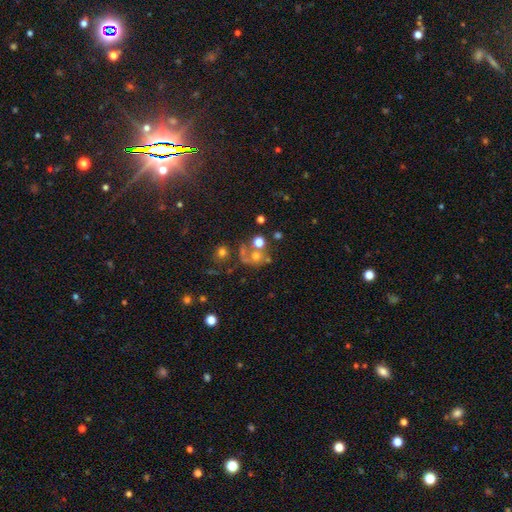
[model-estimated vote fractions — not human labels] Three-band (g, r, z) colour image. It shows a smooth galaxy with no disk features (48%). Merging: merger (35%).